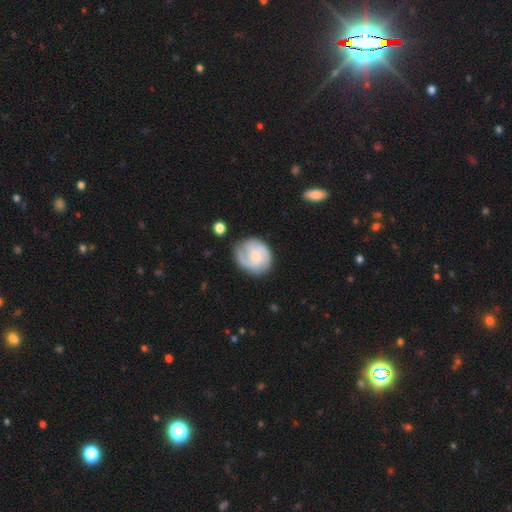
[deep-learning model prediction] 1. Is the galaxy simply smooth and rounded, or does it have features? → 67% featured or disk, 27% smooth, 6% star or artifact.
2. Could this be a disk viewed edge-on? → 98% no, 2% yes.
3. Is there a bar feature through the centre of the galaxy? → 53% no, 40% weak, 7% strong.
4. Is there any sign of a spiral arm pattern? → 91% yes, 9% no.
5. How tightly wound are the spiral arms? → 43% medium, 38% tight, 19% loose.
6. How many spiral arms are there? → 53% 2, 17% can't tell, 13% 3, 11% 1, 3% 4, 2% more than 4.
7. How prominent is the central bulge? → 54% small, 27% moderate, 13% none, 4% large, 1% dominant.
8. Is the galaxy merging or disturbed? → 68% none, 20% minor disturbance, 9% major disturbance, 3% merger.